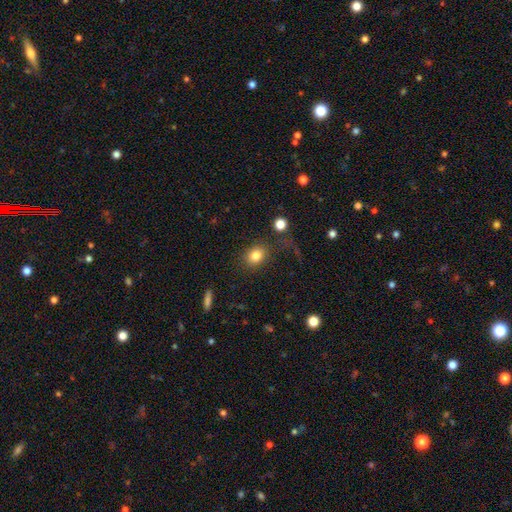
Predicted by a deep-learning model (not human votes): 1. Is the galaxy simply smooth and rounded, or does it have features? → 82% smooth, 10% star or artifact, 7% featured or disk.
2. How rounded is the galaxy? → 51% round, 47% in between, 1% cigar-shaped.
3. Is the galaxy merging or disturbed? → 77% none, 12% minor disturbance, 7% major disturbance, 4% merger.